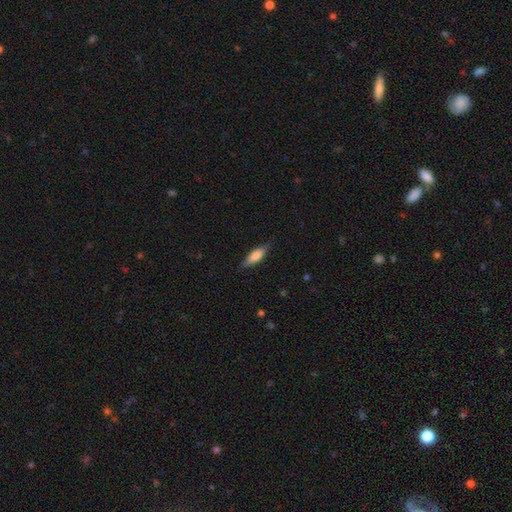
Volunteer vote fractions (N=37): A smooth galaxy with no disk features (68%) that is in between round and cigar-shaped (52%).

Vote fractions:
- Smooth or featured? smooth: 68% / featured or disk: 24% / star or artifact: 8%
- How rounded? in between: 52% / cigar-shaped: 48% / round: 0%
- Merging? none: 85% / minor disturbance: 9% / major disturbance: 6% / merger: 0%